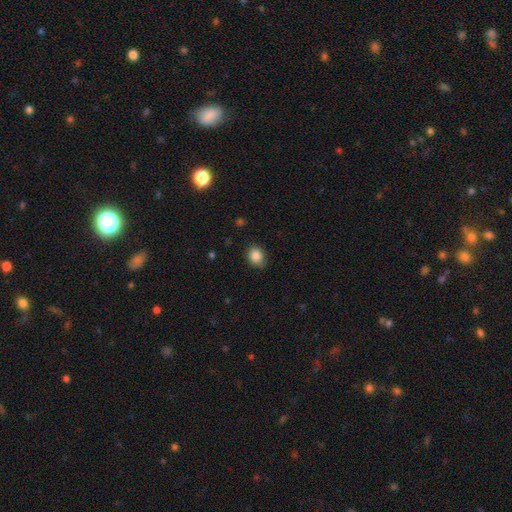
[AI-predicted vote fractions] Smooth or featured? Predicted: smooth (p=0.86). How rounded? Predicted: round (p=0.51). Merging? Predicted: none (p=0.78).